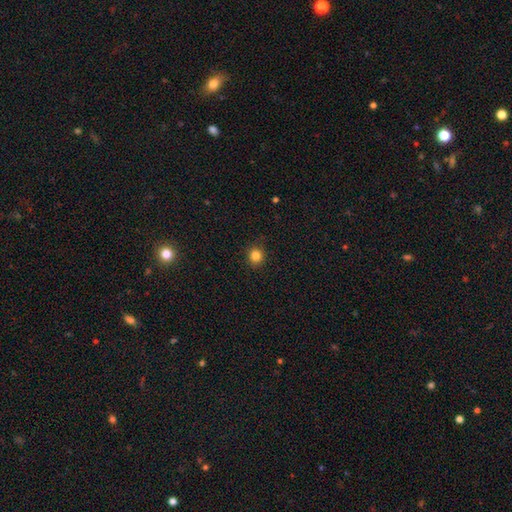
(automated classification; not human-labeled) Overall: smooth (83%). How rounded: round (89%). Merging: none (89%).